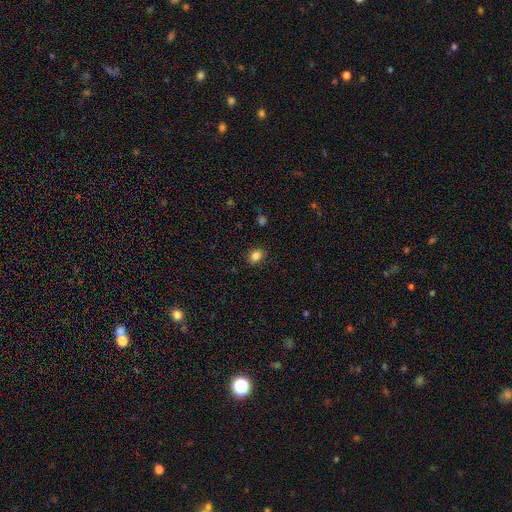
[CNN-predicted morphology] smooth-or-featured: smooth: 85% | star or artifact: 11% | featured or disk: 5%
  how-rounded: in between: 67% | round: 32% | cigar-shaped: 1%
  merging: none: 87% | minor disturbance: 9% | major disturbance: 3% | merger: 1%